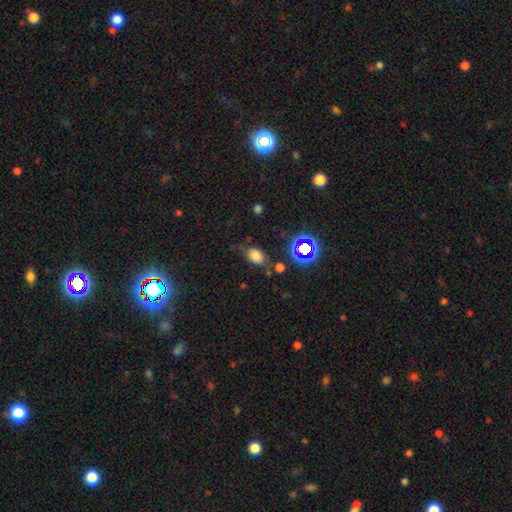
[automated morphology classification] A smooth galaxy with no disk features (71%) that is in between round and cigar-shaped (76%). Merging: none (59%).